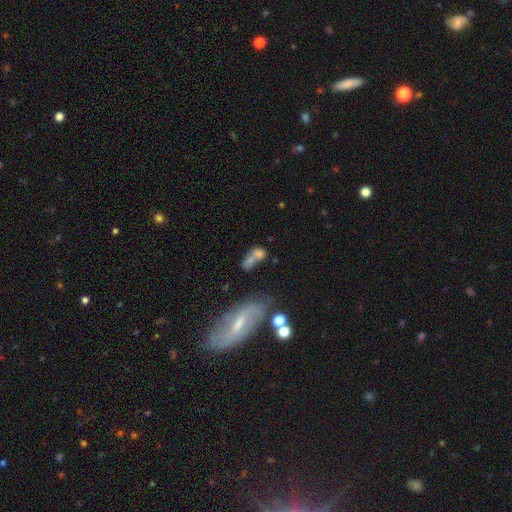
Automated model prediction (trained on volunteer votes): smooth_or_featured: smooth (p=0.62) [alt: featured or disk p=0.24]
how_rounded: in between (p=0.70) [alt: round p=0.21]
merging: merger (p=0.50) [alt: none p=0.23]